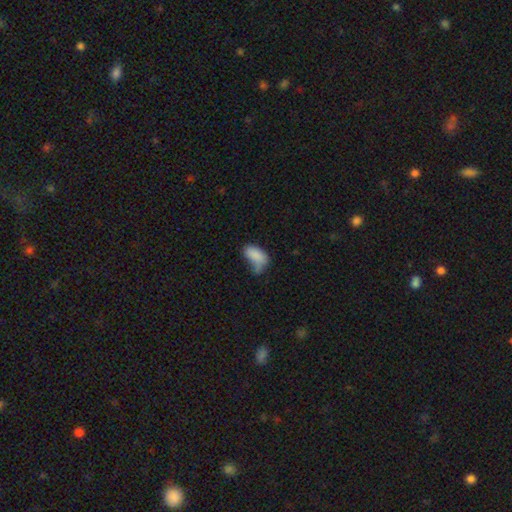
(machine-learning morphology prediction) A smooth galaxy with no disk features (82%) that is in between round and cigar-shaped (92%). Merging: minor disturbance (33%, tied with none).